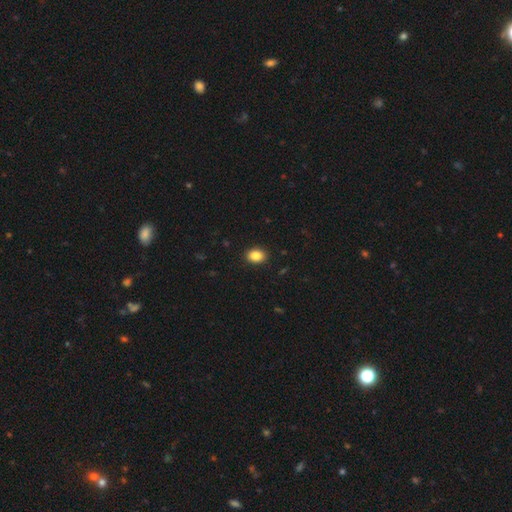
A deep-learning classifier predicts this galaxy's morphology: Q: Smooth or featured?
A: smooth (86%); runner-up: star or artifact (9%)
Q: How rounded?
A: in between (66%); runner-up: round (33%)
Q: Merging?
A: none (90%); runner-up: minor disturbance (7%)